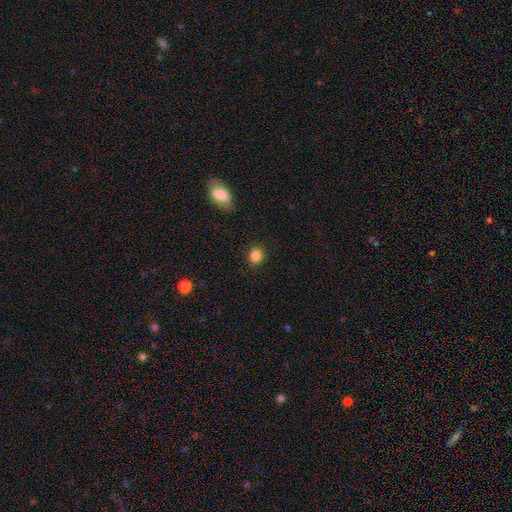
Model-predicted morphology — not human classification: Smooth or featured? Predicted: smooth (p=0.85). How rounded? Predicted: round (p=0.83). Merging? Predicted: none (p=0.90).